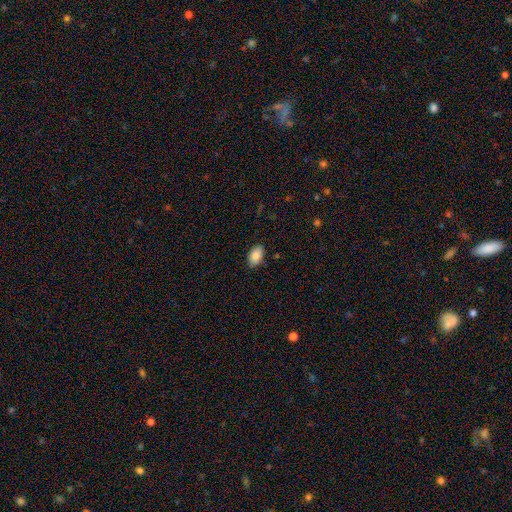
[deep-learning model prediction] Q: Smooth or featured?
A: smooth (87%); runner-up: star or artifact (7%)
Q: How rounded?
A: in between (93%); runner-up: round (5%)
Q: Merging?
A: none (86%); runner-up: minor disturbance (10%)